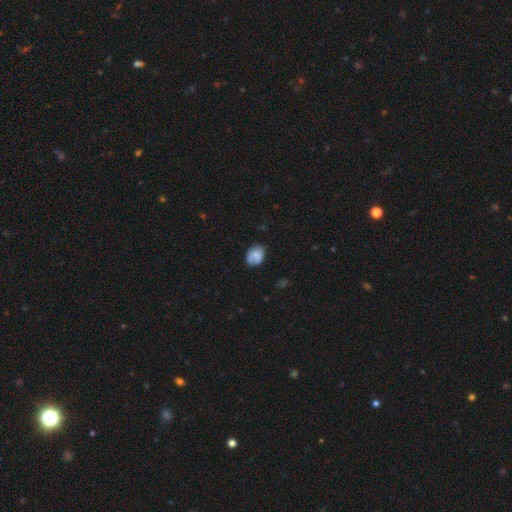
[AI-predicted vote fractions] A smooth galaxy with no disk features (70%) that is in between round and cigar-shaped (52%). Merging: none (61%).